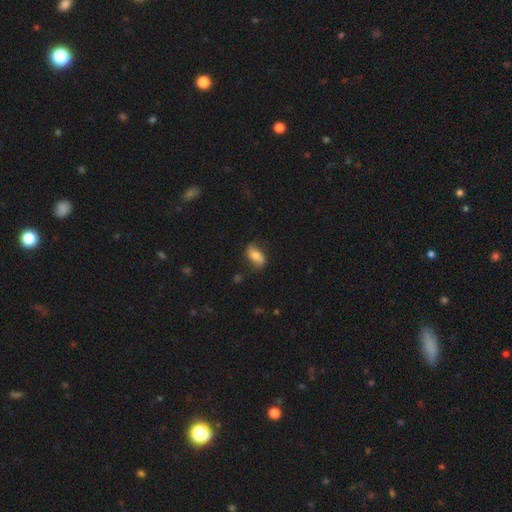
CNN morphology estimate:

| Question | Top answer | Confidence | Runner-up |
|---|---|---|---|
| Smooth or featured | smooth | 58% | featured or disk (34%) |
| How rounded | in between | 87% | cigar-shaped (7%) |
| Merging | none | 70% | minor disturbance (21%) |